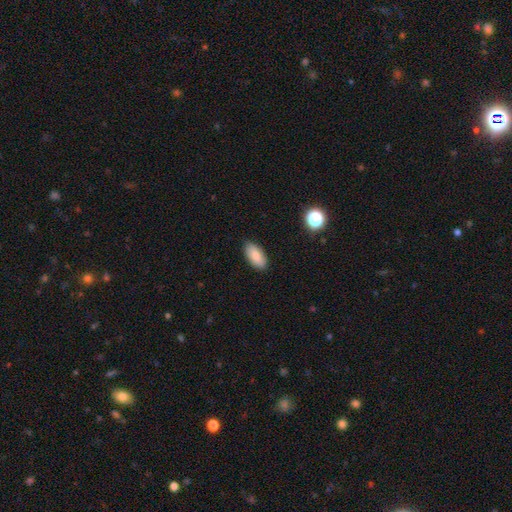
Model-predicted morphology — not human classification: type=smooth (80%); roundness=in between (93%); merging=none (87%).